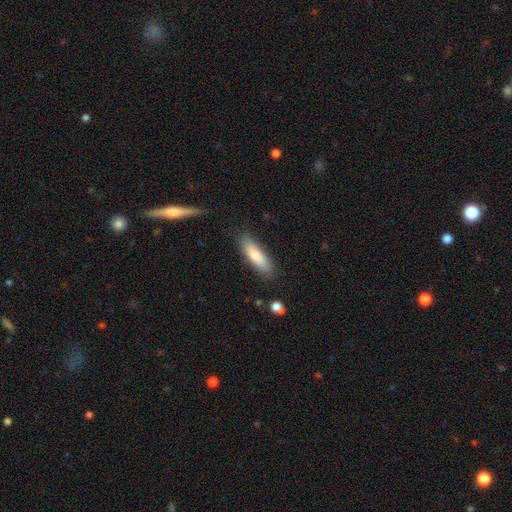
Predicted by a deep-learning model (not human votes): Q: Smooth or featured?
A: smooth (81%); runner-up: featured or disk (13%)
Q: How rounded?
A: cigar-shaped (56%); runner-up: in between (42%)
Q: Merging?
A: none (83%); runner-up: minor disturbance (12%)